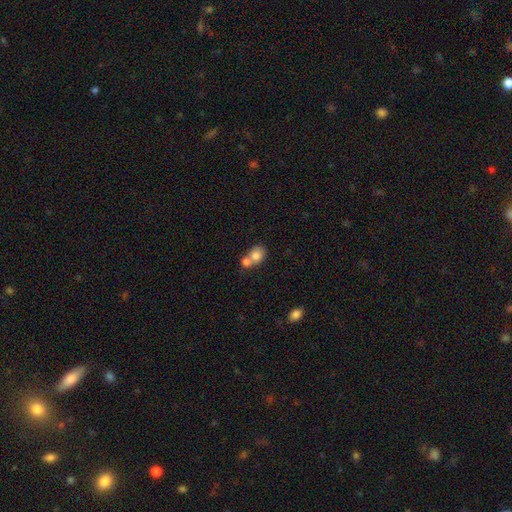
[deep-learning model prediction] Smooth or featured?
  - smooth: 78% *
  - featured or disk: 13%
  - star or artifact: 9%
How rounded?
  - round: 60% *
  - in between: 39%
  - cigar-shaped: 1%
Merging?
  - merger: 60% *
  - none: 30%
  - minor disturbance: 7%
  - major disturbance: 3%